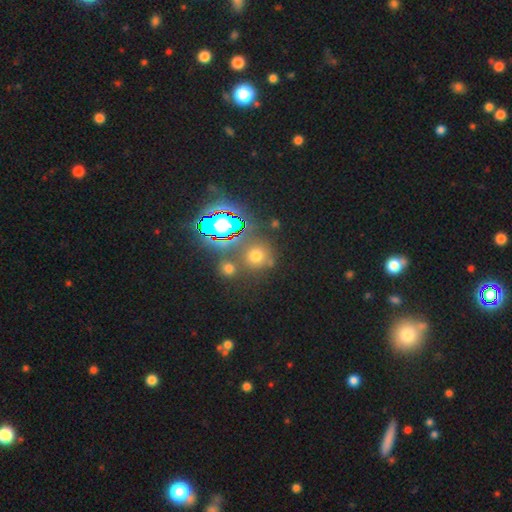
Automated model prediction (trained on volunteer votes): smooth-or-featured: smooth: 54% | star or artifact: 35% | featured or disk: 10%
  how-rounded: round: 87% | in between: 12% | cigar-shaped: 1%
  merging: none: 73% | merger: 12% | minor disturbance: 10% | major disturbance: 5%